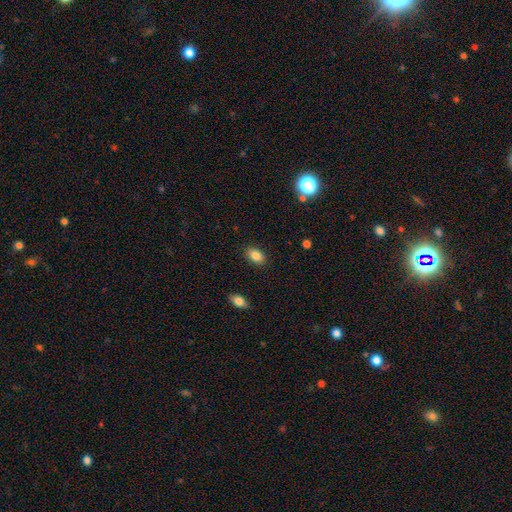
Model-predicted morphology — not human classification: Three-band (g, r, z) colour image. It shows a smooth galaxy with no disk features (86%) that is in between round and cigar-shaped (87%). Merging: none (88%).